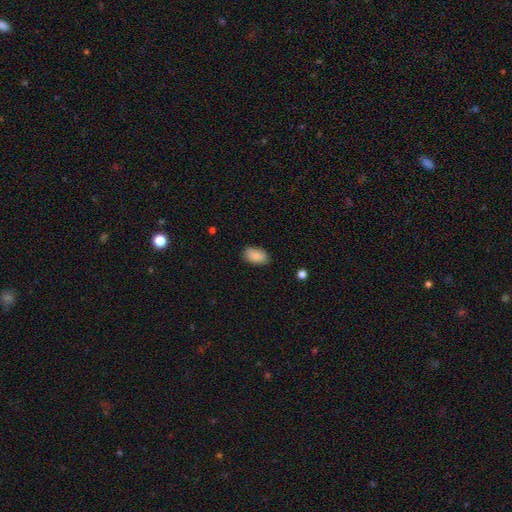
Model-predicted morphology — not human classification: Overall: smooth (89%). How rounded: in between (92%). Merging: none (84%).